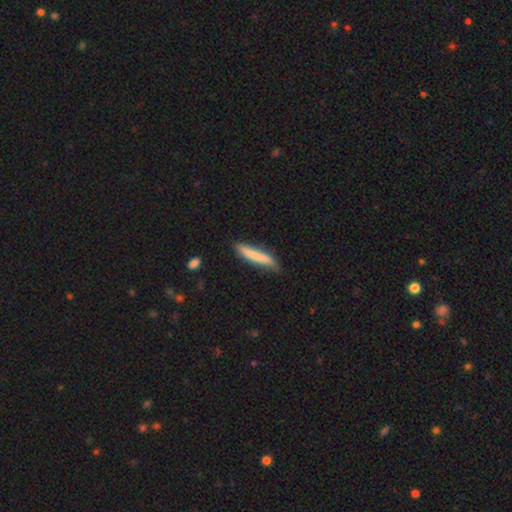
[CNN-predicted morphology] A smooth galaxy with no disk features (77%) that is cigar-shaped (92%). Merging: none (75%).